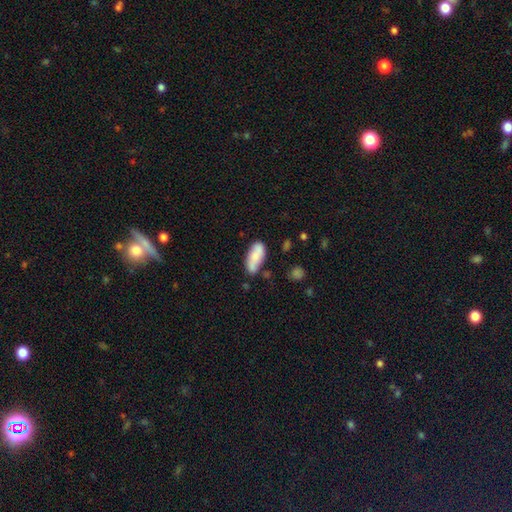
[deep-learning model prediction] A smooth galaxy with no disk features (71%) that is in between round and cigar-shaped (83%).

Vote fractions:
- Smooth or featured? smooth: 71% / featured or disk: 22% / star or artifact: 7%
- How rounded? in between: 83% / cigar-shaped: 15% / round: 2%
- Merging? none: 66% / minor disturbance: 22% / merger: 6% / major disturbance: 5%